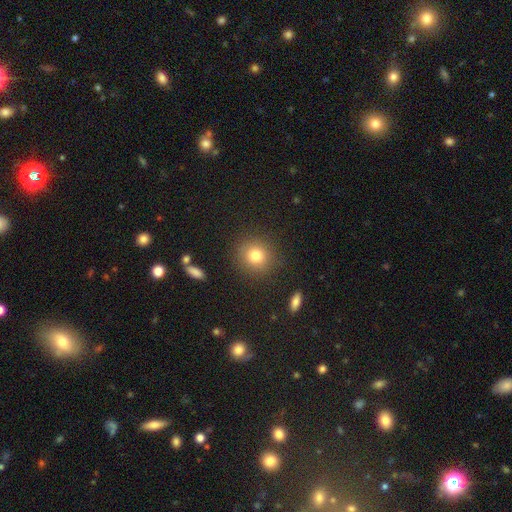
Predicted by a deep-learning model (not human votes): Smooth or featured: smooth — 80% (star or artifact — 12%)
How rounded: round — 87% (in between — 12%)
Merging: none — 88% (minor disturbance — 7%)